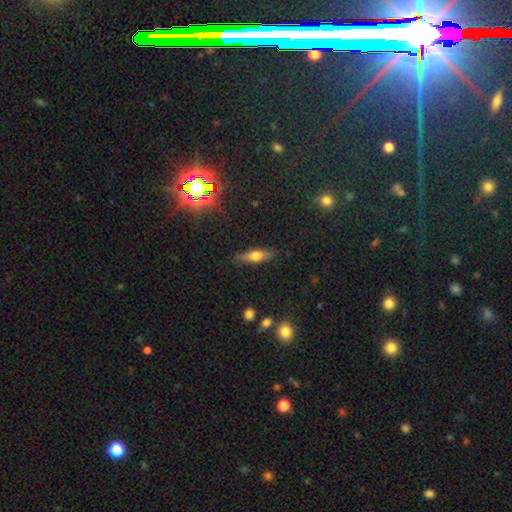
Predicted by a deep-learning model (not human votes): The model was most divided on "smooth or featured": featured or disk: 46%, smooth: 45%, star or artifact: 10%. More confident: merging — none (86%).